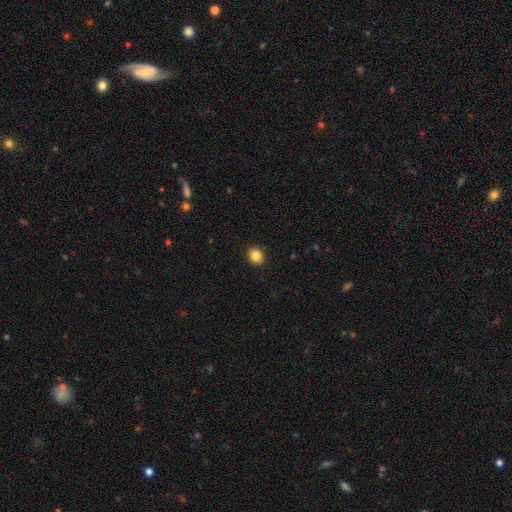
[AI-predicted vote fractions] Smooth or featured? Predicted: smooth (p=0.86). How rounded? Predicted: round (p=0.66). Merging? Predicted: none (p=0.91).